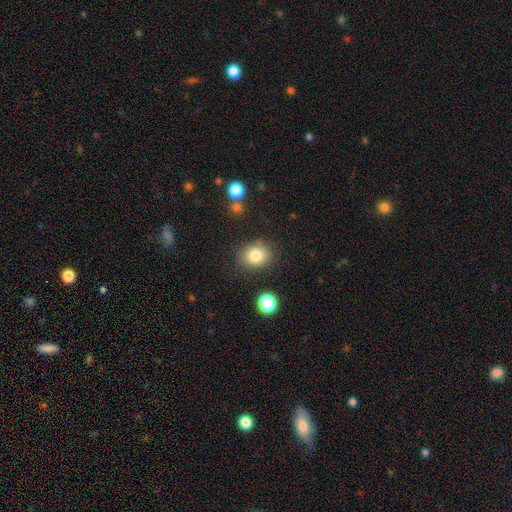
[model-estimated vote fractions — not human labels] The model was most divided on "how rounded": round: 51%, in between: 48%, cigar-shaped: 1%. More confident: smooth or featured — smooth (82%); merging — none (81%).